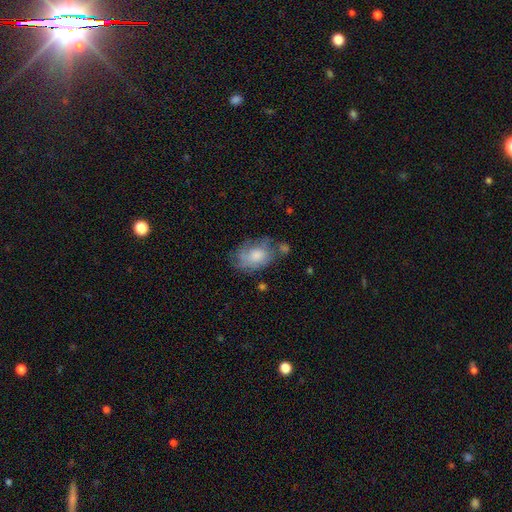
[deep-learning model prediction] A smooth galaxy with no disk features (59%) that is in between round and cigar-shaped (83%).

Vote fractions:
- Smooth or featured? smooth: 59% / featured or disk: 34% / star or artifact: 8%
- How rounded? in between: 83% / round: 15% / cigar-shaped: 1%
- Merging? none: 49% / minor disturbance: 30% / major disturbance: 15% / merger: 6%